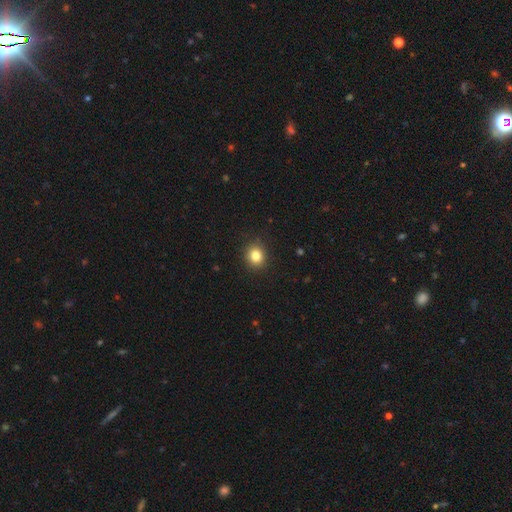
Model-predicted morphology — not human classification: Smooth or featured: smooth — 82% (star or artifact — 12%)
How rounded: round — 79% (in between — 20%)
Merging: none — 91% (minor disturbance — 7%)